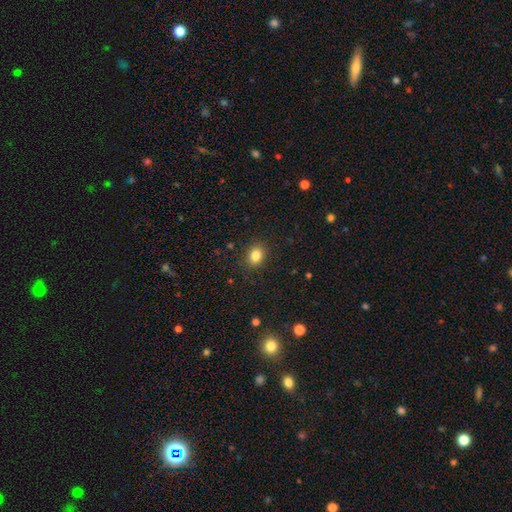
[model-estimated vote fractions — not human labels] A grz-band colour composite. It shows a smooth galaxy with no disk features (84%) that is in between round and cigar-shaped (52%). Merging: none (88%).